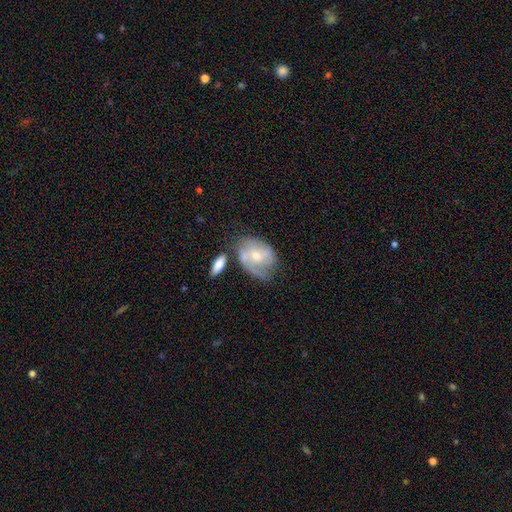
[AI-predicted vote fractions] Morphology: type=featured or disk (59%); edge-on=no (95%); bar=no (61%); spiral arms=yes (73%); bulge=moderate (49%); merging=none (46%).